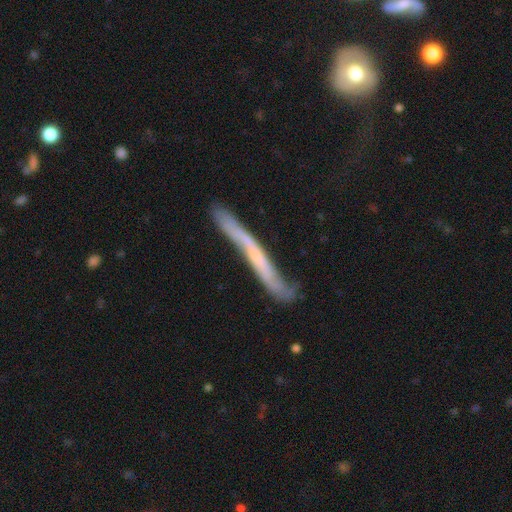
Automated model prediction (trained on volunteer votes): Smooth or featured?
  - featured or disk: 67% *
  - smooth: 26%
  - star or artifact: 6%
Edge-on disk?
  - yes: 72% *
  - no: 28%
Merging?
  - none: 57% *
  - minor disturbance: 27%
  - major disturbance: 11%
  - merger: 5%